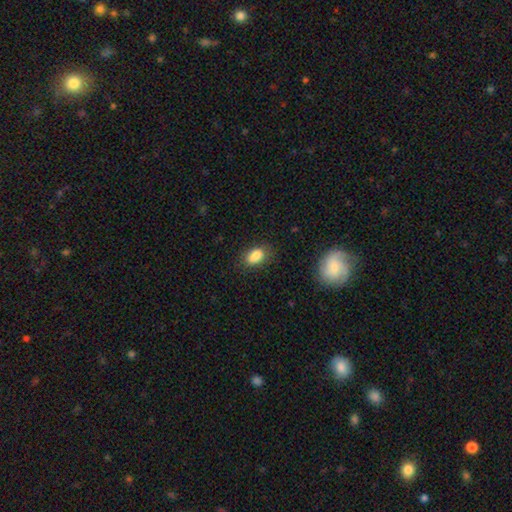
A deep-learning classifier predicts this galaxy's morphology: type=smooth (85%); roundness=in between (88%); merging=none (78%).